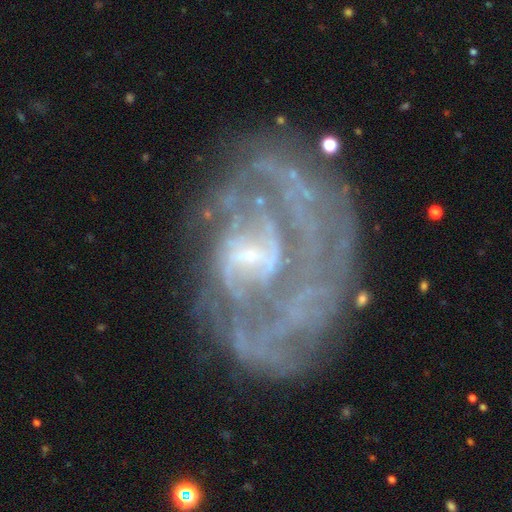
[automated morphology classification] The model was most divided on "bar" (2-way tie): weak: 44%, no: 44%, strong: 13%; "spiral winding" (2-way tie): medium: 38%, tight: 38%, loose: 24%. Remaining: edge-on disk — no (98%); smooth or featured — featured or disk (84%); spiral arms — yes (79%); bulge size — small (60%); merging — none (48%); spiral arm count — can't tell (34%).